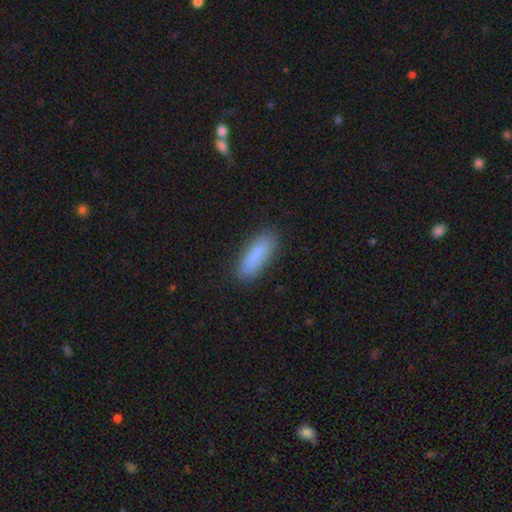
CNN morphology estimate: This is clearly a smooth galaxy (85%). How rounded: possibly in between (53%). Merging: clearly none (82%).